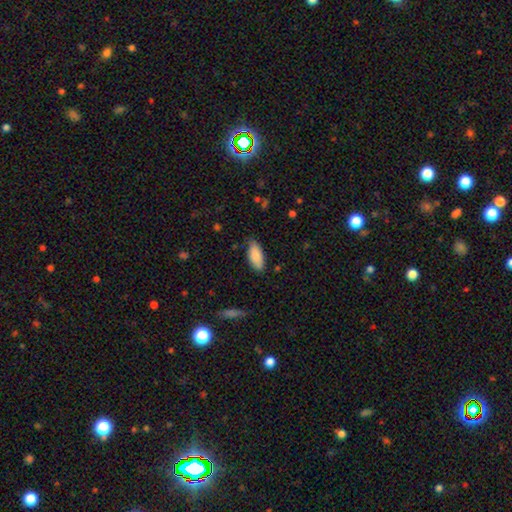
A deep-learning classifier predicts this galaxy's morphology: smooth-or-featured: smooth: 86% | featured or disk: 7% | star or artifact: 6%
  how-rounded: in between: 86% | cigar-shaped: 12% | round: 2%
  merging: none: 75% | minor disturbance: 20% | major disturbance: 3% | merger: 2%